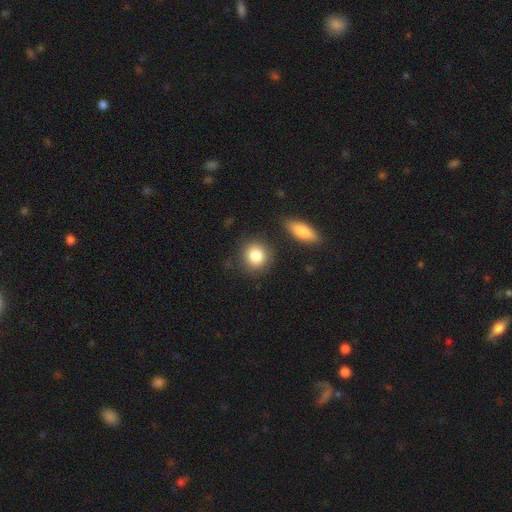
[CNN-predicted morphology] smooth 84%, star or artifact 8%, featured or disk 8%. Down the decision tree: how rounded — round (84%); merging — none (82%).